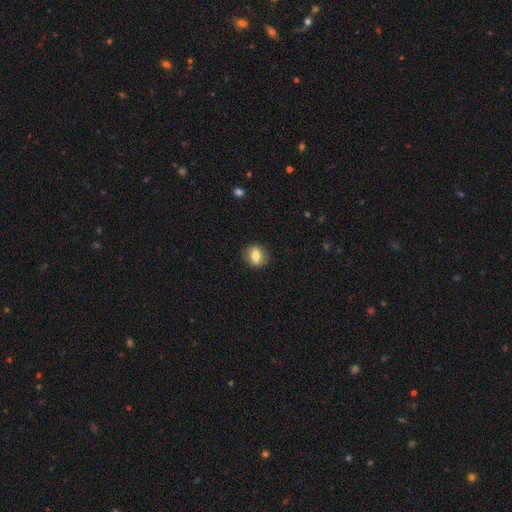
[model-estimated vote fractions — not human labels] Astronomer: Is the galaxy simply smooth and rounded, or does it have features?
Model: smooth — 76%.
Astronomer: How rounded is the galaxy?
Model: round — 64%.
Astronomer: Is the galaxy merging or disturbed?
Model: none — 87%.